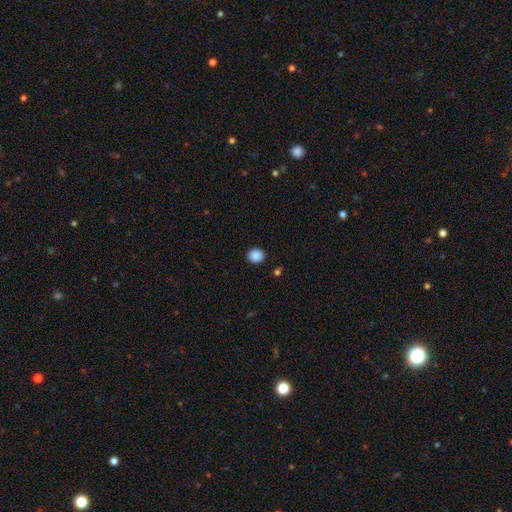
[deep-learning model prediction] Smooth or featured? Predicted: smooth (p=0.88). How rounded? Predicted: round (p=0.76). Merging? Predicted: none (p=0.91).